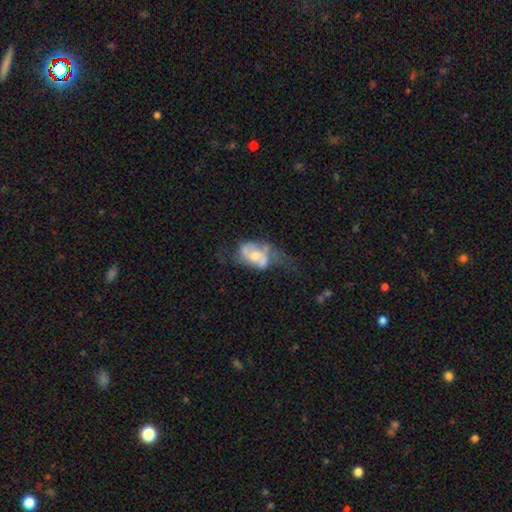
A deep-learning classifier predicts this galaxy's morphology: A featured or disk galaxy (67%) with no bar (60%), spiral arms (76%) and a moderate central bulge (56%). Merging: major disturbance (36%).